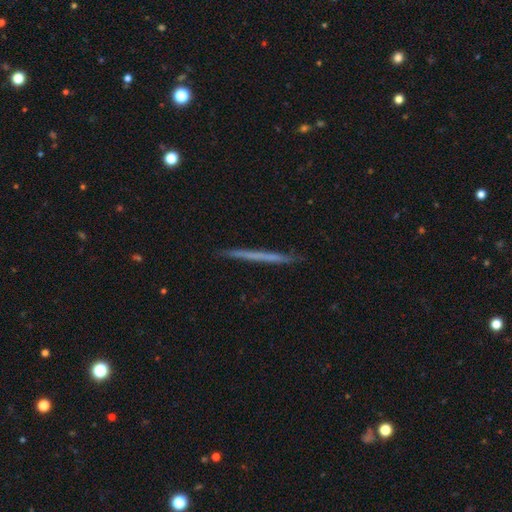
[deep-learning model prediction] smooth_or_featured: featured or disk (p=0.49) [alt: smooth p=0.45]
merging: none (p=0.90) [alt: minor disturbance p=0.07]